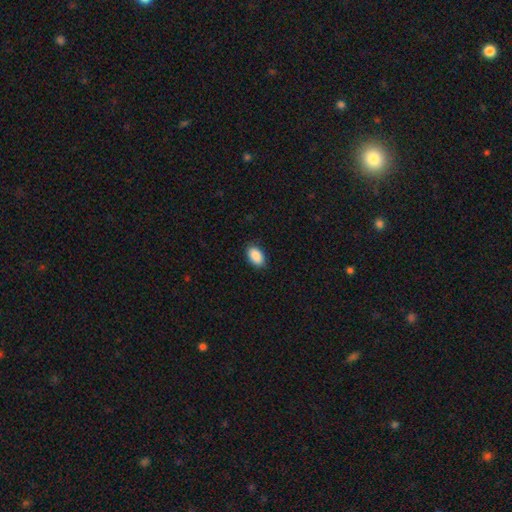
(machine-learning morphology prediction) smooth-or-featured: smooth: 91% | star or artifact: 7% | featured or disk: 3%
  how-rounded: in between: 92% | round: 6% | cigar-shaped: 1%
  merging: none: 88% | minor disturbance: 9% | major disturbance: 2% | merger: 1%